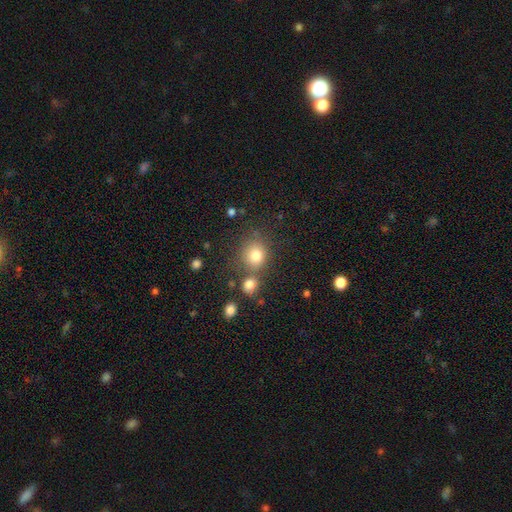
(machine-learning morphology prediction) smooth 78%, star or artifact 13%, featured or disk 9%. Down the decision tree: how rounded — round (79%); merging — none (64%).